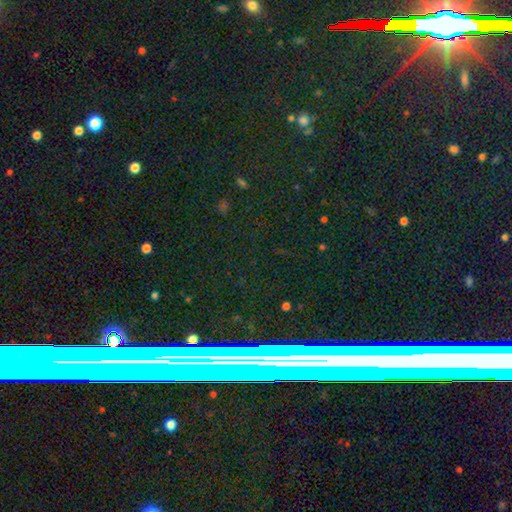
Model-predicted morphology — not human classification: Overall: star or artifact (72%).